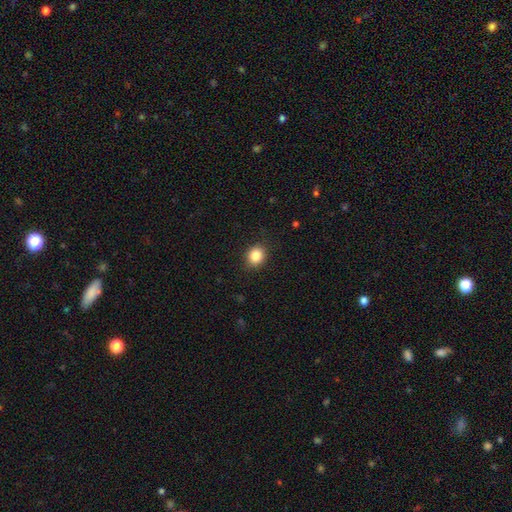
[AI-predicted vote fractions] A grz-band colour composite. It shows a smooth galaxy with no disk features (85%) that is round (68%). Merging: none (89%).